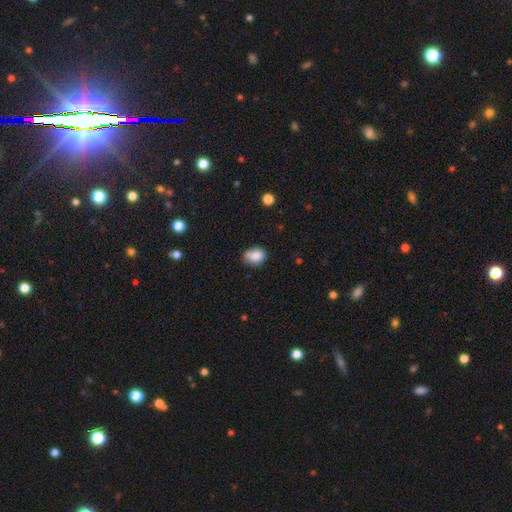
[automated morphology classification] This appears to be a smooth galaxy with no disk features (83%) that is in between round and cigar-shaped (62%). Merging: none (64%).